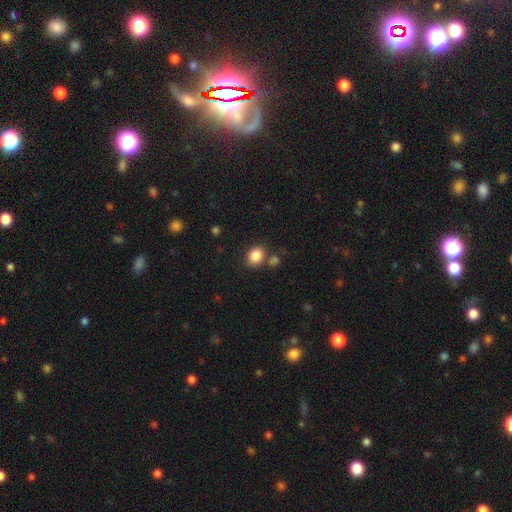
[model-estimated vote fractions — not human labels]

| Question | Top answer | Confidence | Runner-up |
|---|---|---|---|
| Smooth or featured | smooth | 85% | star or artifact (10%) |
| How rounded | round | 56% | in between (43%) |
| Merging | none | 72% | minor disturbance (12%) |